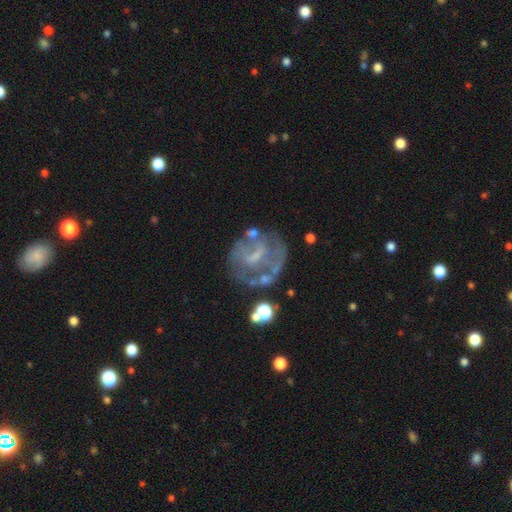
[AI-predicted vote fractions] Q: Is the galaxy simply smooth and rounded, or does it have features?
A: featured or disk — 71%.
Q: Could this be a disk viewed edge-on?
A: no — 97%.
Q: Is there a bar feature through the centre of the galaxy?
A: weak — 41%, tied with no.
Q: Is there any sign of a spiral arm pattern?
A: no — 52%.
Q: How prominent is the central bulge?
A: none — 41%.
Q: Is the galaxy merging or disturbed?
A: none — 53%.